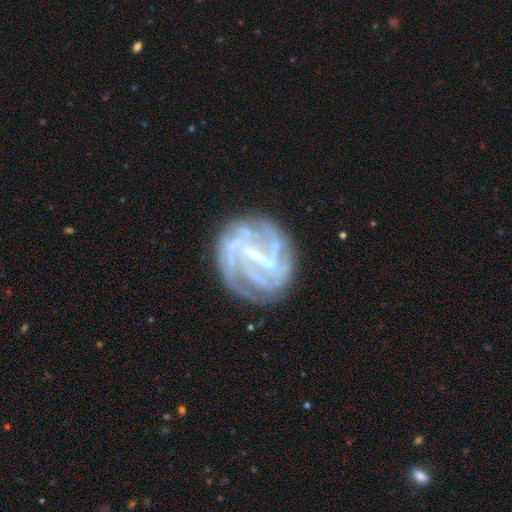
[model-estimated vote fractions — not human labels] A featured or disk galaxy (86%) with a strong bar (70%), tight (52%) spiral arms (90%) and a small central bulge (45%).

Vote fractions:
- Smooth or featured? featured or disk: 86% / star or artifact: 7% / smooth: 6%
- Edge-on disk? no: 97% / yes: 3%
- Bar? strong: 70% / weak: 23% / no: 7%
- Spiral arms? yes: 90% / no: 10%
- Spiral winding? tight: 52% / medium: 34% / loose: 14%
- Spiral arm count? can't tell: 31% / 2: 25% / 3: 19% / 4: 12% / more than 4: 7% / 1: 7%
- Bulge size? small: 45% / none: 35% / moderate: 17% / large: 2% / dominant: 1%
- Merging? none: 70% / minor disturbance: 16% / major disturbance: 12% / merger: 2%